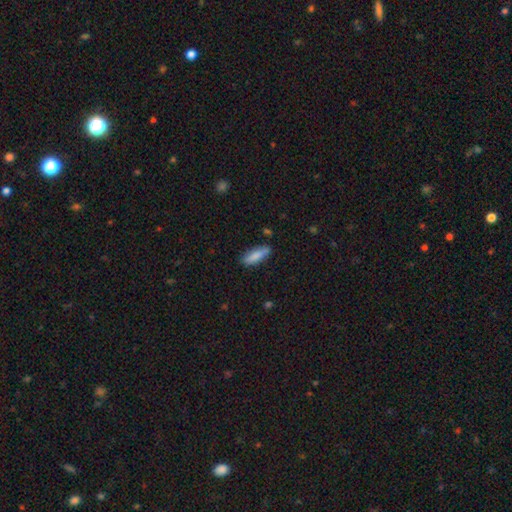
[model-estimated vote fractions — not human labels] This is clearly a smooth galaxy (82%). How rounded: possibly cigar-shaped (49%, tied with in between). Merging: likely none (79%).